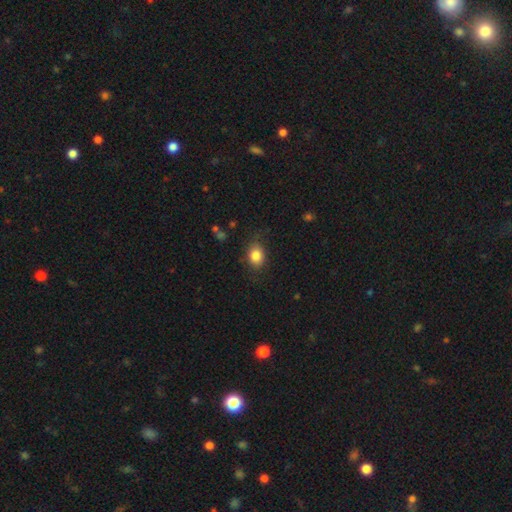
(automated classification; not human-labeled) The model was most divided on "how rounded": in between: 59%, round: 40%, cigar-shaped: 1%. More confident: smooth or featured — smooth (84%); merging — none (79%).